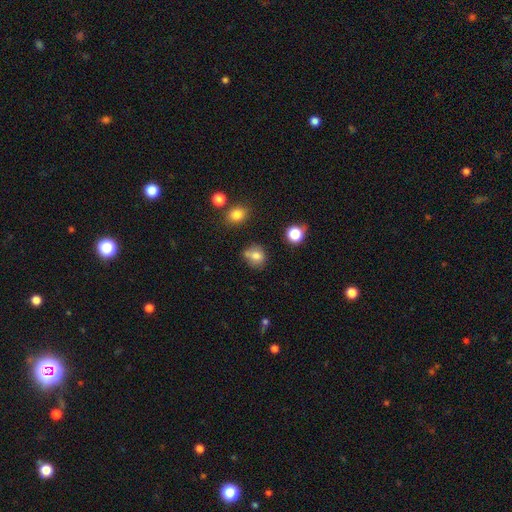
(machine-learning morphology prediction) smooth-or-featured: smooth: 76% | star or artifact: 13% | featured or disk: 11%
  how-rounded: round: 69% | in between: 30% | cigar-shaped: 1%
  merging: none: 60% | minor disturbance: 21% | merger: 12% | major disturbance: 7%